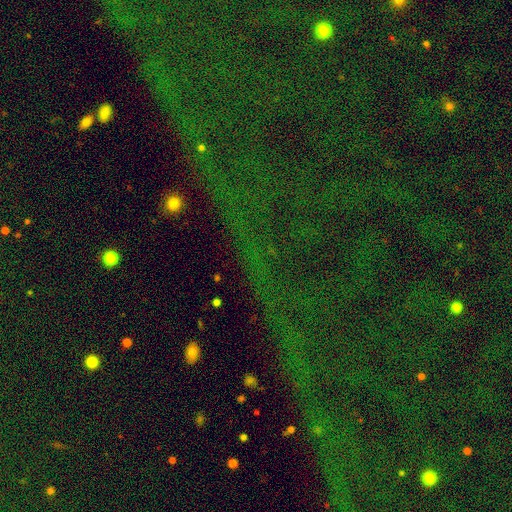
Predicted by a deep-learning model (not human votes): The model was most divided on "smooth or featured": star or artifact: 83%, smooth: 9%, featured or disk: 8%.